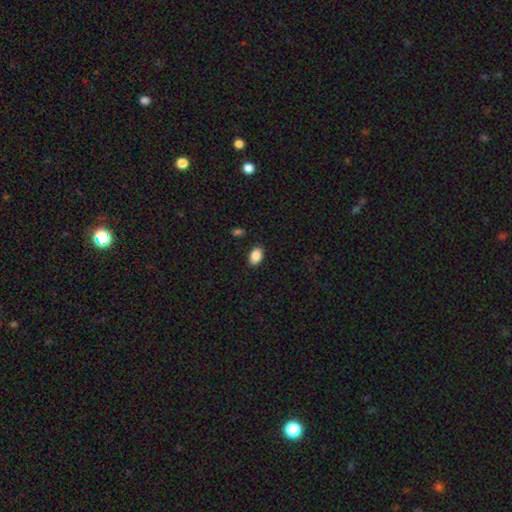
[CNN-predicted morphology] Smooth or featured? Predicted: smooth (p=0.88). How rounded? Predicted: in between (p=0.87). Merging? Predicted: none (p=0.87).